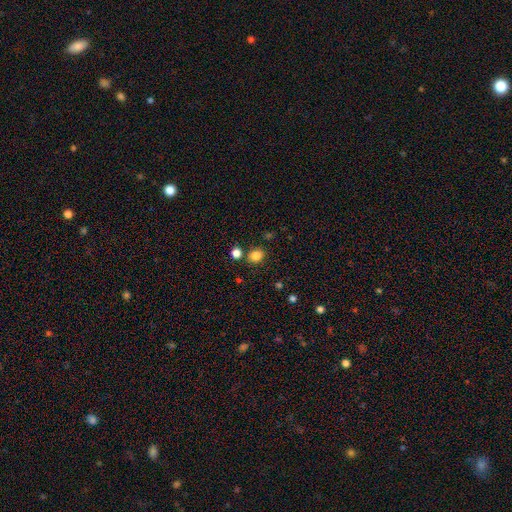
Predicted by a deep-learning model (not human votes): Smooth or featured?
  - smooth: 83% *
  - star or artifact: 13%
  - featured or disk: 5%
How rounded?
  - round: 63% *
  - in between: 36%
  - cigar-shaped: 1%
Merging?
  - none: 79% *
  - minor disturbance: 10%
  - merger: 8%
  - major disturbance: 3%